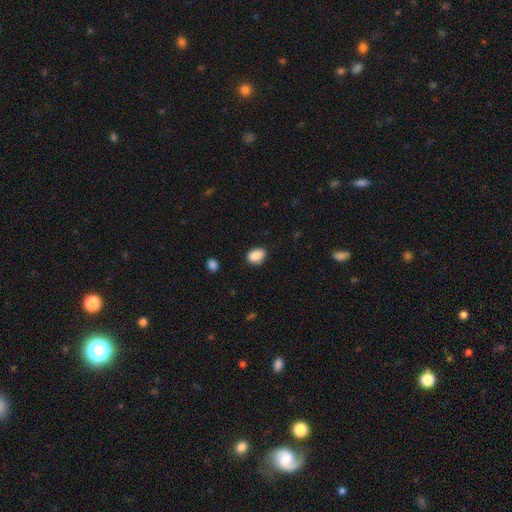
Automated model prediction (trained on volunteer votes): This is clearly a smooth galaxy (89%). How rounded: likely in between (77%). Merging: clearly none (82%).